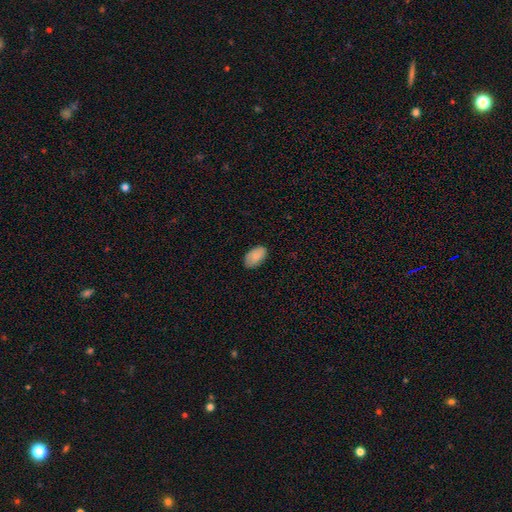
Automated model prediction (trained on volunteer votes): Smooth or featured? smooth (86%)
How rounded? in between (93%)
Merging? none (85%)